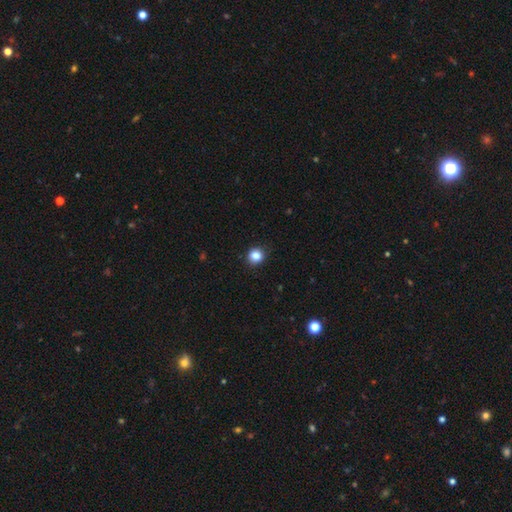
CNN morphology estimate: Smooth or featured? Predicted: smooth (p=0.84). How rounded? Predicted: round (p=0.89). Merging? Predicted: none (p=0.91).